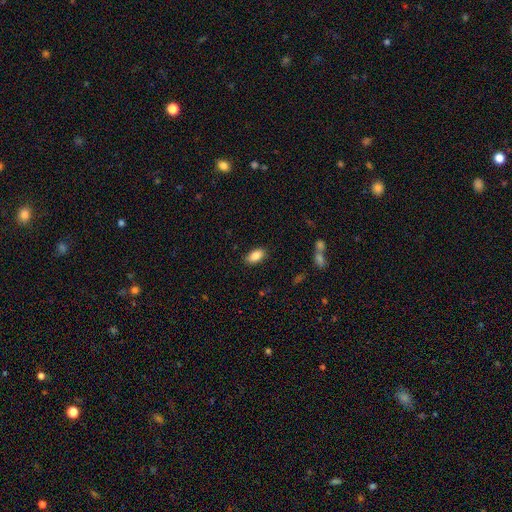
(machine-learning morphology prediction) A smooth galaxy with no disk features (86%) that is in between round and cigar-shaped (92%). Merging: none (86%).